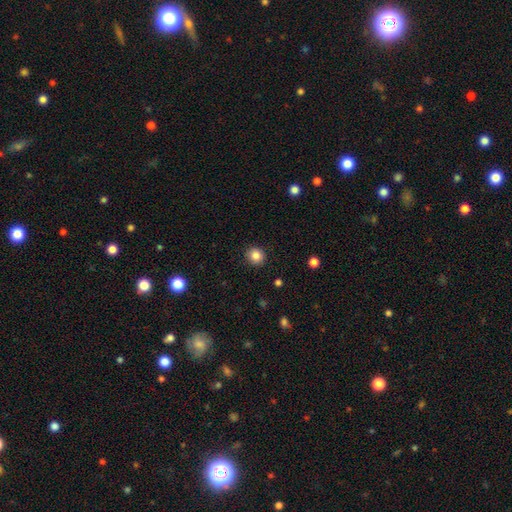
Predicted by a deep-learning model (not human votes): Smooth or featured: smooth — 84% (star or artifact — 11%)
How rounded: round — 89% (in between — 10%)
Merging: none — 91% (minor disturbance — 6%)